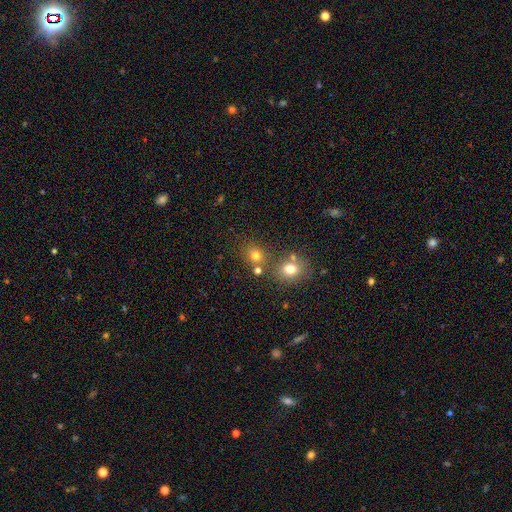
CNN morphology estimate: Smooth or featured: smooth — 74% (star or artifact — 17%)
How rounded: round — 68% (in between — 31%)
Merging: none — 65% (merger — 21%)